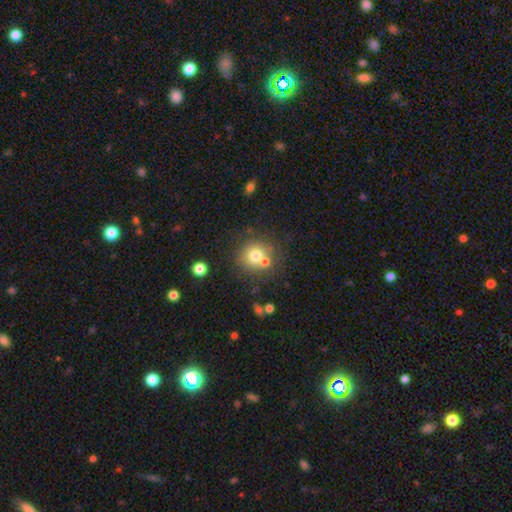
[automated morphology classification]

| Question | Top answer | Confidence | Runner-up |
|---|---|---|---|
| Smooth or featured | smooth | 72% | featured or disk (15%) |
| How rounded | round | 89% | in between (10%) |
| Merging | none | 62% | merger (24%) |